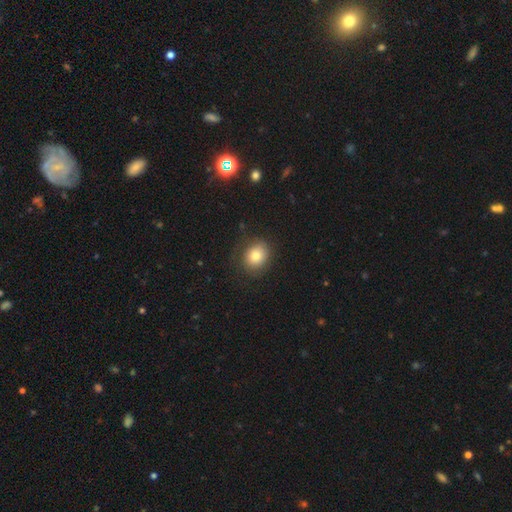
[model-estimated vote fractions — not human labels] smooth_or_featured: smooth (p=0.79) [alt: featured or disk p=0.12]
how_rounded: round (p=0.67) [alt: in between p=0.33]
merging: none (p=0.79) [alt: minor disturbance p=0.14]